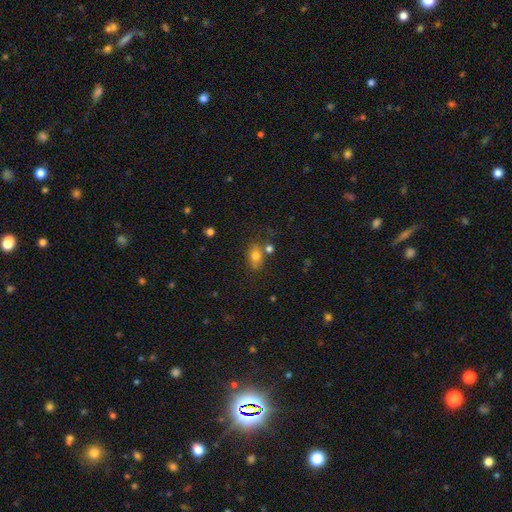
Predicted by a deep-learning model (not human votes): Smooth or featured?
  - smooth: 79% *
  - star or artifact: 12%
  - featured or disk: 9%
How rounded?
  - in between: 66% *
  - round: 32%
  - cigar-shaped: 1%
Merging?
  - none: 61% *
  - minor disturbance: 16%
  - merger: 16%
  - major disturbance: 6%